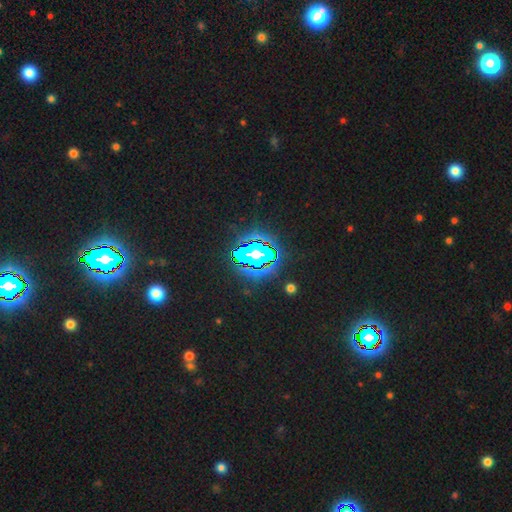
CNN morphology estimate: This appears to be a star or artifact, not a galaxy (61%).